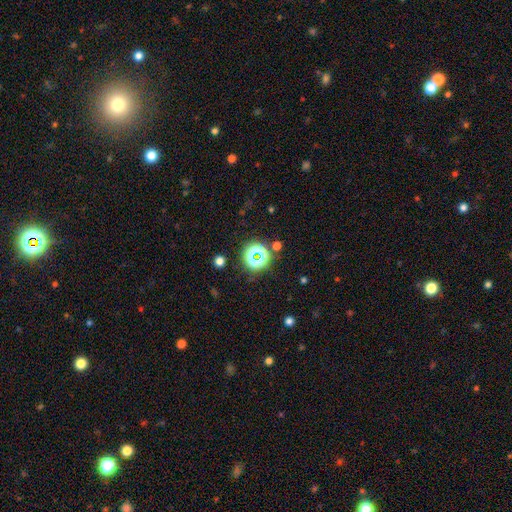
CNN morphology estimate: Q: Smooth or featured?
A: star or artifact (58%); runner-up: smooth (32%)